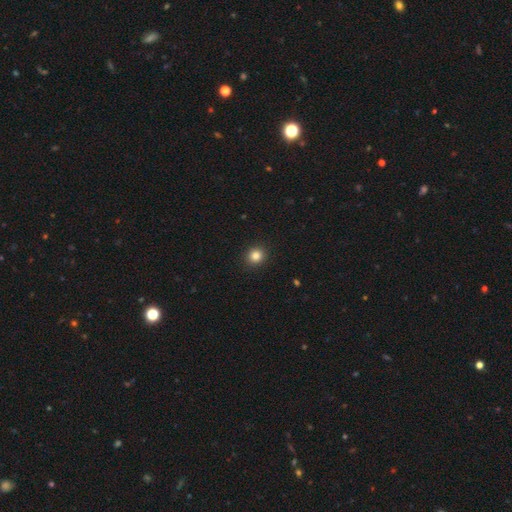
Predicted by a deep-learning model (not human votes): A smooth galaxy with no disk features (84%) that is round (88%). Merging: none (92%).